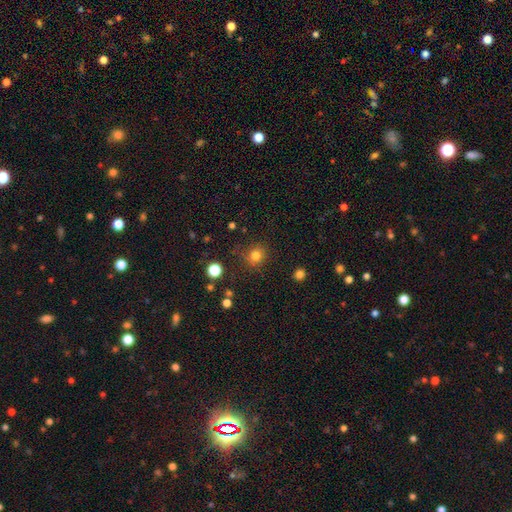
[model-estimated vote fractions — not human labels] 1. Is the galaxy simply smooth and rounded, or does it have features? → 80% smooth, 15% star or artifact, 5% featured or disk.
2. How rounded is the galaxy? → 88% round, 11% in between, 1% cigar-shaped.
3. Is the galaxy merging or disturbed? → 83% none, 11% minor disturbance, 4% major disturbance, 2% merger.